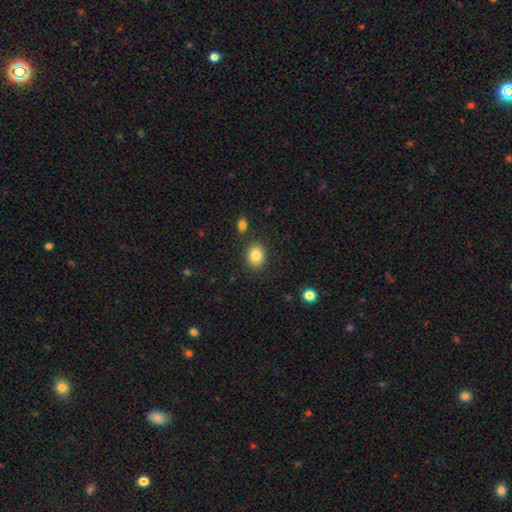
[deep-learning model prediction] The model was most divided on "how rounded": round: 51%, in between: 48%, cigar-shaped: 1%. More confident: merging — none (85%); smooth or featured — smooth (84%).